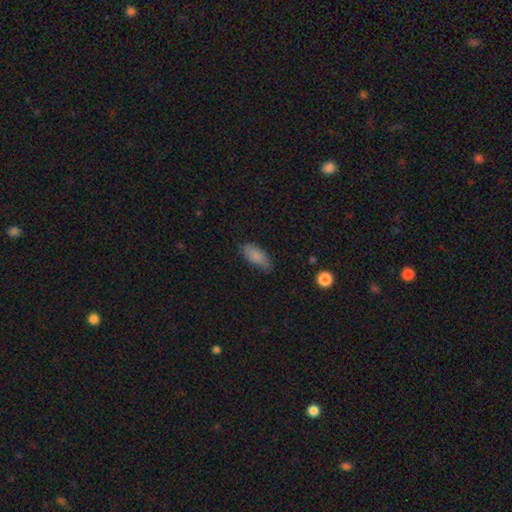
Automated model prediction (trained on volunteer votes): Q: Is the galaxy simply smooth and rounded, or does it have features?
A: smooth — 84%.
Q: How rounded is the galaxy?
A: in between — 86%.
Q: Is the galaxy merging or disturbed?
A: none — 71%.